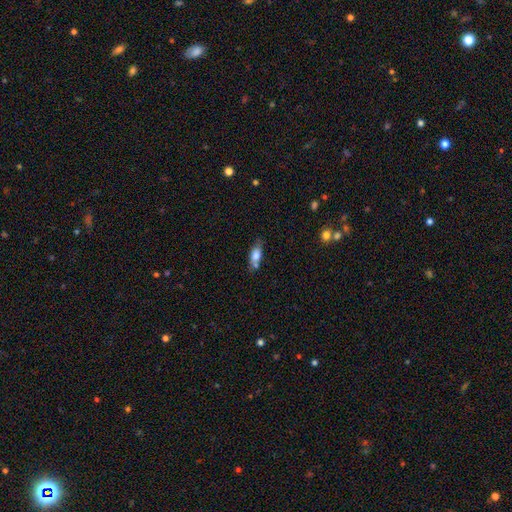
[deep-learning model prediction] smooth_or_featured: smooth (p=0.72) [alt: featured or disk p=0.20]
how_rounded: in between (p=0.72) [alt: cigar-shaped p=0.24]
merging: none (p=0.56) [alt: minor disturbance p=0.21]